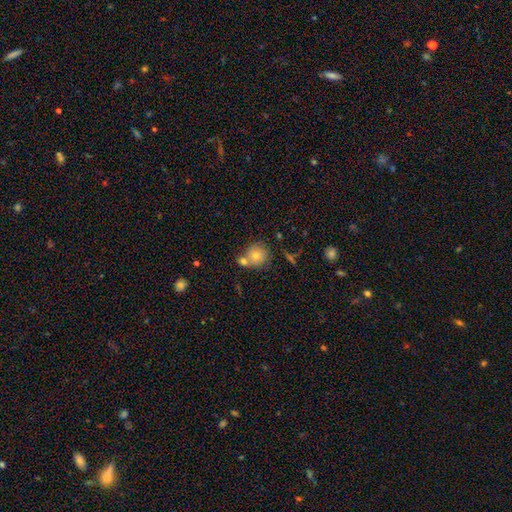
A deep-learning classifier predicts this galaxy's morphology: Q: Smooth or featured?
A: smooth (71%); runner-up: featured or disk (17%)
Q: How rounded?
A: round (88%); runner-up: in between (11%)
Q: Merging?
A: none (56%); runner-up: merger (29%)